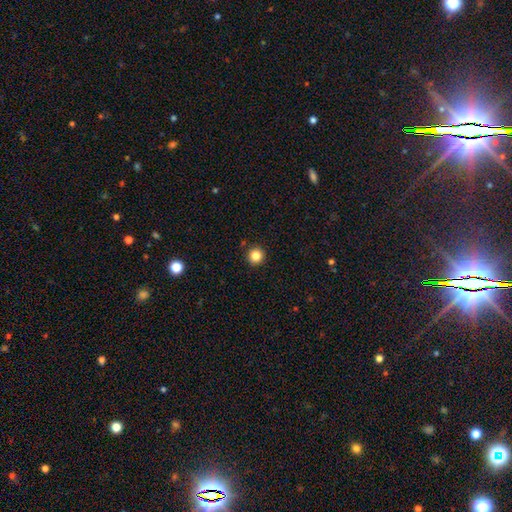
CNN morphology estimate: A smooth galaxy with no disk features (84%) that is round (95%). Merging: none (93%).